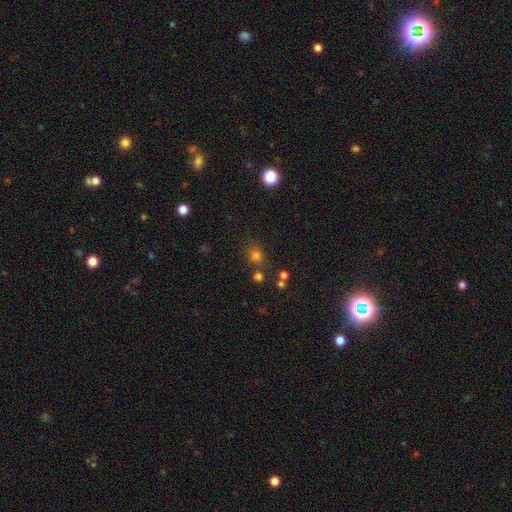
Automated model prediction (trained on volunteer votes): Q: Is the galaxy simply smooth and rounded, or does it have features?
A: smooth — 71%.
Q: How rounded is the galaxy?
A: round — 75%.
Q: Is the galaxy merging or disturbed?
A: none — 73%.